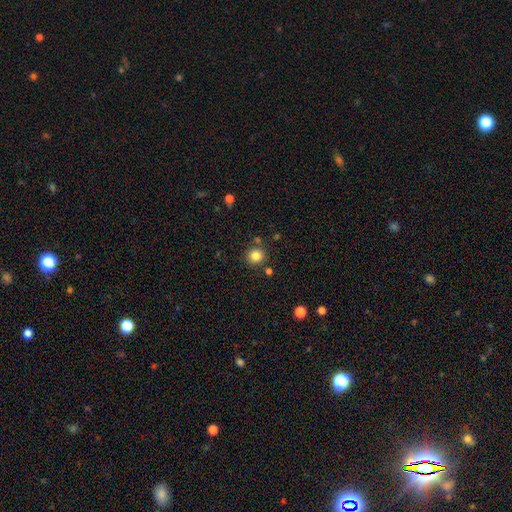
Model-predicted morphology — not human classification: The model was most divided on "smooth or featured": smooth: 83%, star or artifact: 11%, featured or disk: 5%. More confident: how rounded — round (90%); merging — none (82%).